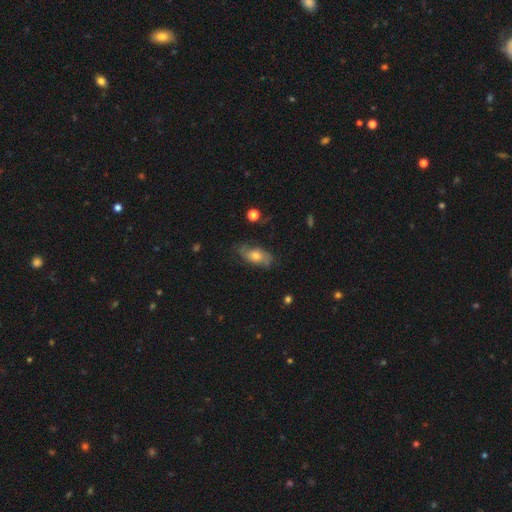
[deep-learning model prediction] Smooth or featured?
  - featured or disk: 50% *
  - smooth: 40%
  - star or artifact: 10%
Edge-on disk?
  - no: 84% *
  - yes: 16%
Merging?
  - none: 69% *
  - minor disturbance: 21%
  - major disturbance: 8%
  - merger: 2%